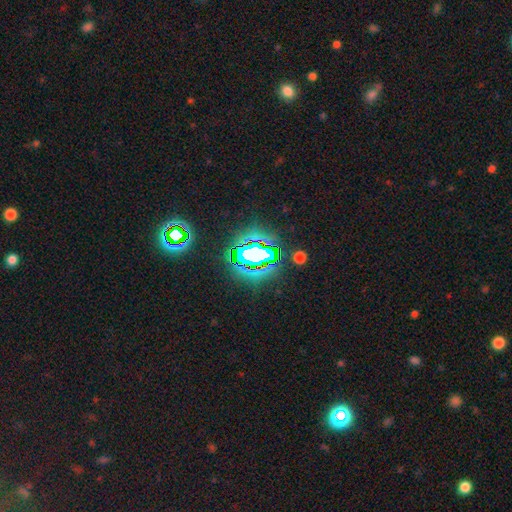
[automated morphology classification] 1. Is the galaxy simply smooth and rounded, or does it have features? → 65% star or artifact, 21% smooth, 15% featured or disk.